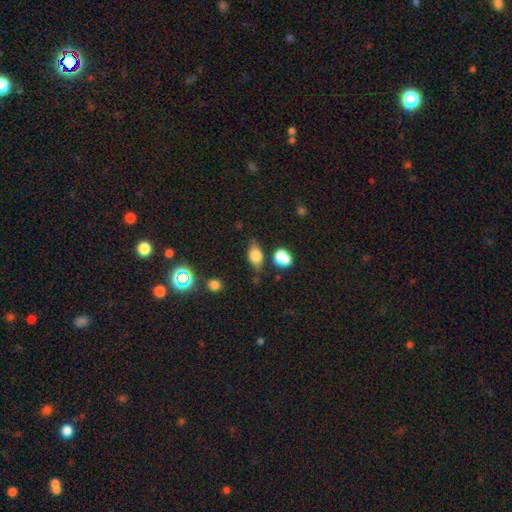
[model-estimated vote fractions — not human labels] Smooth or featured: smooth — 72% (featured or disk — 17%)
How rounded: in between — 76% (round — 18%)
Merging: none — 65% (minor disturbance — 19%)